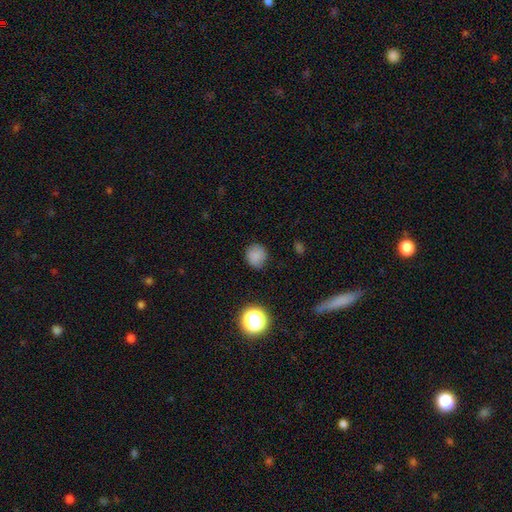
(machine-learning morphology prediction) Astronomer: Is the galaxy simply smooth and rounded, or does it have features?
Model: smooth — 81%.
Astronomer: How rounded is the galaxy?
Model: round — 89%.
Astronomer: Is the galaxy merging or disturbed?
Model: none — 83%.